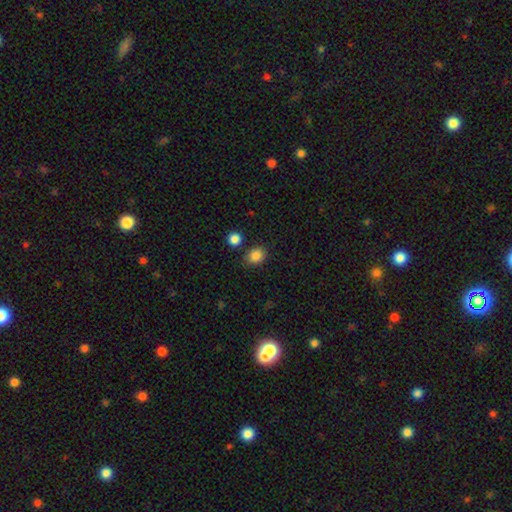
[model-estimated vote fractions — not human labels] smooth-or-featured: smooth: 86% | star or artifact: 10% | featured or disk: 4%
  how-rounded: round: 60% | in between: 39% | cigar-shaped: 1%
  merging: none: 78% | minor disturbance: 12% | merger: 6% | major disturbance: 3%